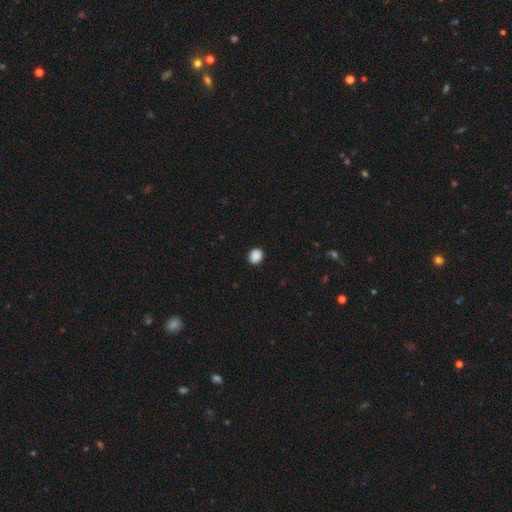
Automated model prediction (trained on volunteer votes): Overall: smooth (89%). How rounded: round (56%; in between 43%). Merging: none (88%).